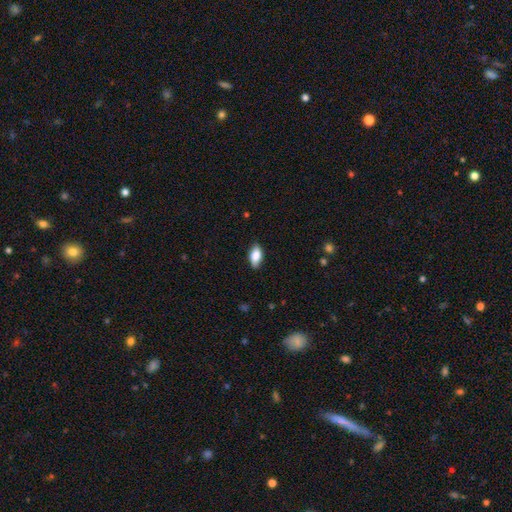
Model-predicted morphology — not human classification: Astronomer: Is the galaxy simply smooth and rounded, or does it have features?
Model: smooth — 78%.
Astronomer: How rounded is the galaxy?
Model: in between — 89%.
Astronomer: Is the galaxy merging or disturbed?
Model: none — 84%.